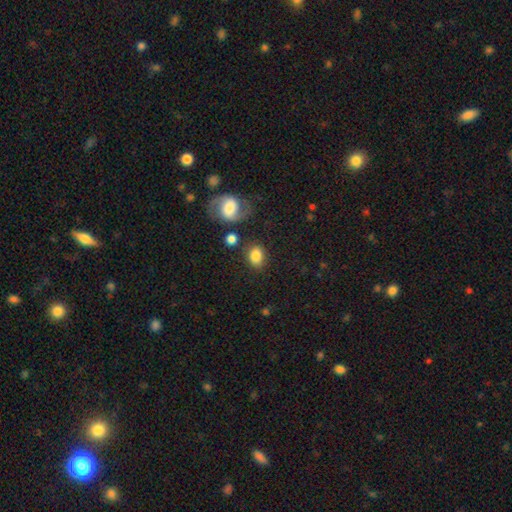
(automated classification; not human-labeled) Q: Smooth or featured?
A: smooth (81%); runner-up: featured or disk (11%)
Q: How rounded?
A: in between (61%); runner-up: round (38%)
Q: Merging?
A: none (75%); runner-up: minor disturbance (13%)